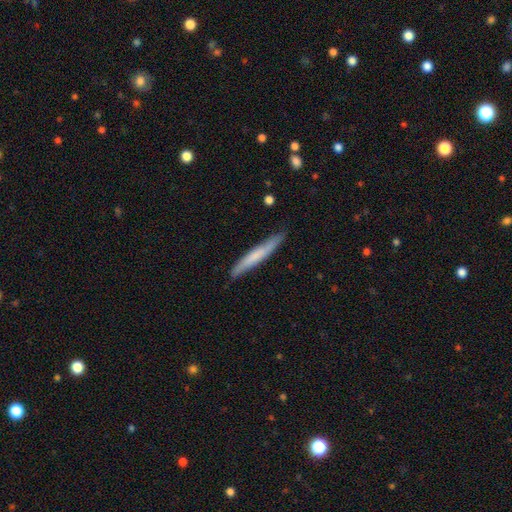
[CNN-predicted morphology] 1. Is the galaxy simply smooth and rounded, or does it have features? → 62% smooth, 33% featured or disk, 5% star or artifact.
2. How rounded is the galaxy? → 95% cigar-shaped, 4% in between, 1% round.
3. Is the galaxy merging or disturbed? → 85% none, 12% minor disturbance, 2% major disturbance, 1% merger.